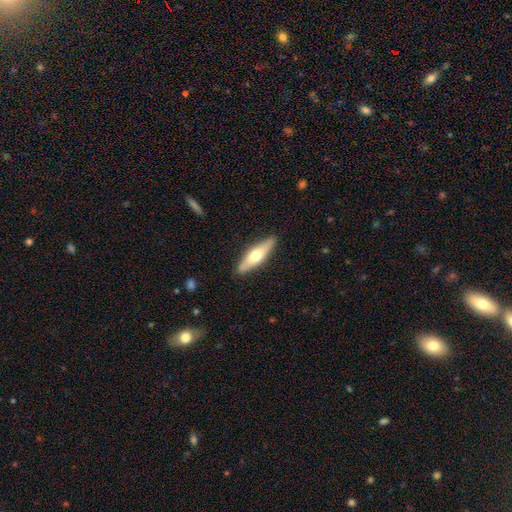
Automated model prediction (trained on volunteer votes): The model was most divided on "smooth or featured": smooth: 52%, featured or disk: 42%, star or artifact: 5%. More confident: merging — none (88%); how rounded — cigar-shaped (65%).